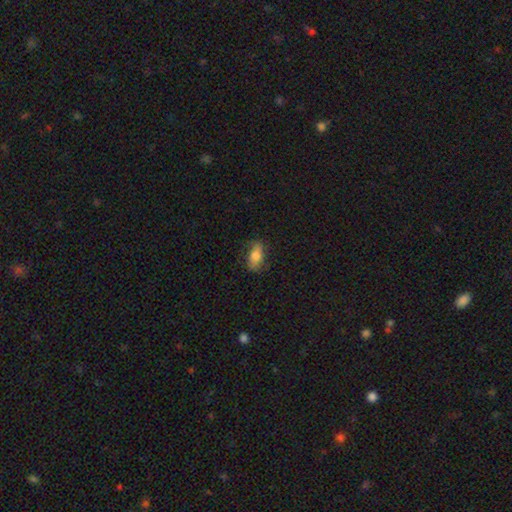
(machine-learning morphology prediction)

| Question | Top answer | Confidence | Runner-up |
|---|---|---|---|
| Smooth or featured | smooth | 69% | featured or disk (24%) |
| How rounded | in between | 84% | cigar-shaped (10%) |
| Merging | none | 72% | minor disturbance (20%) |